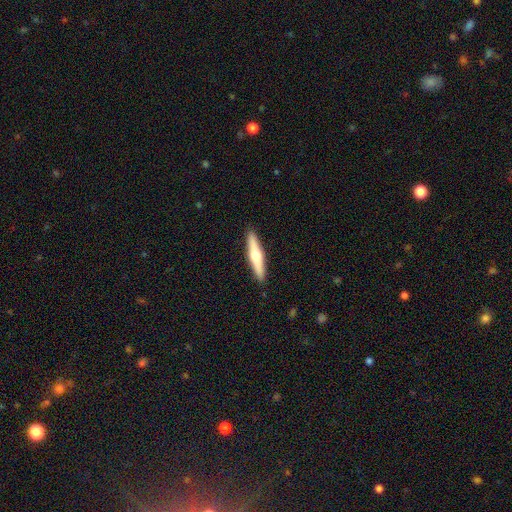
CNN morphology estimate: Overall: featured or disk (50%; smooth 45%). Edge-on disk: yes (95%). Merging: none (91%).